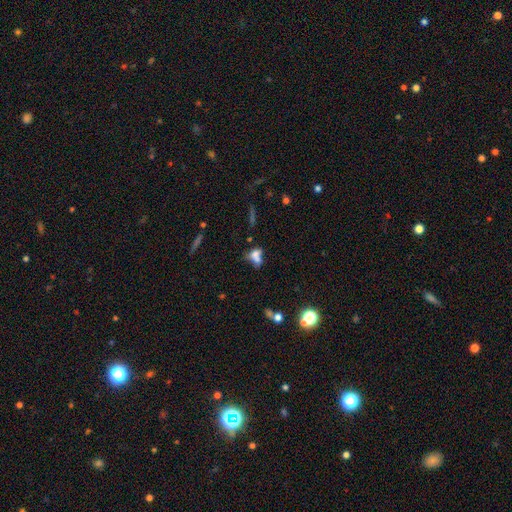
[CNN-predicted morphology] The model was most divided on "merging": merger: 52%, none: 25%, minor disturbance: 12%, major disturbance: 11%. More confident: smooth or featured — smooth (65%); how rounded — in between (64%).